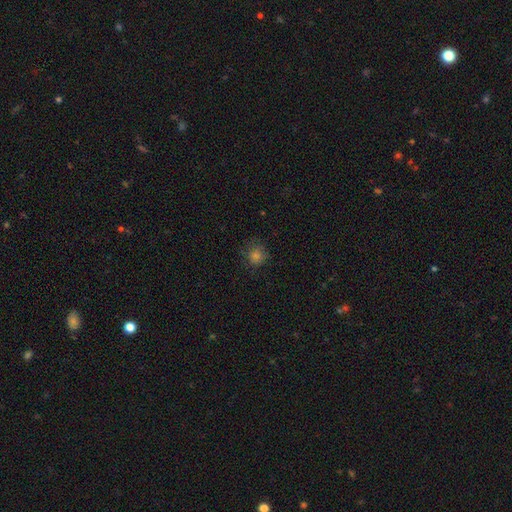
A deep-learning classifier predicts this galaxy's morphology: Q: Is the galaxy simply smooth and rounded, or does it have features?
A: smooth — 72%.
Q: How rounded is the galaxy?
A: round — 86%.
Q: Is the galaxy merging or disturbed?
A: none — 76%.